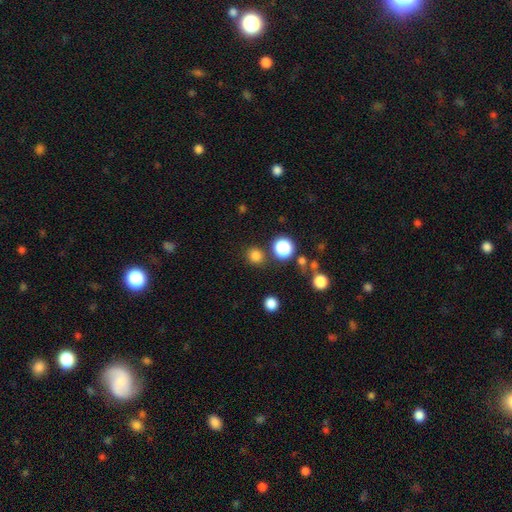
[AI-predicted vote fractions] Overall: smooth (79%). How rounded: round (88%). Merging: none (85%).